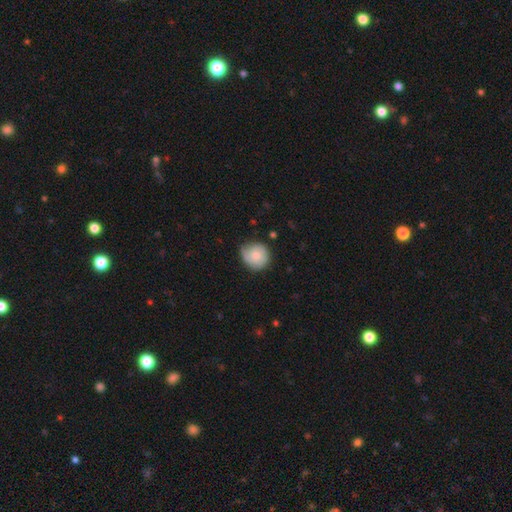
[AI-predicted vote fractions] This appears to be a smooth galaxy with no disk features (68%) that is round (88%). Merging: none (65%).